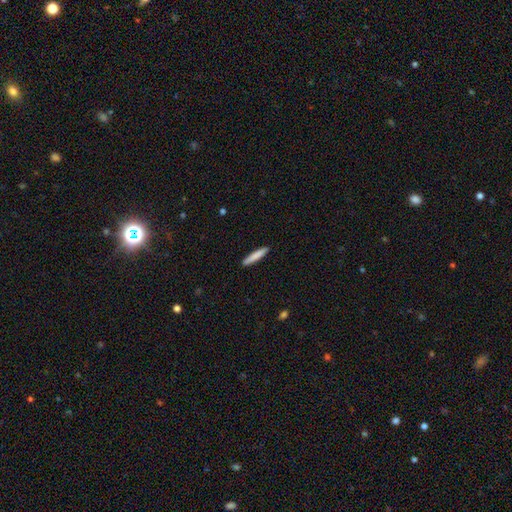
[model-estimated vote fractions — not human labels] Smooth or featured? Predicted: smooth (p=0.82). How rounded? Predicted: cigar-shaped (p=0.93). Merging? Predicted: none (p=0.91).